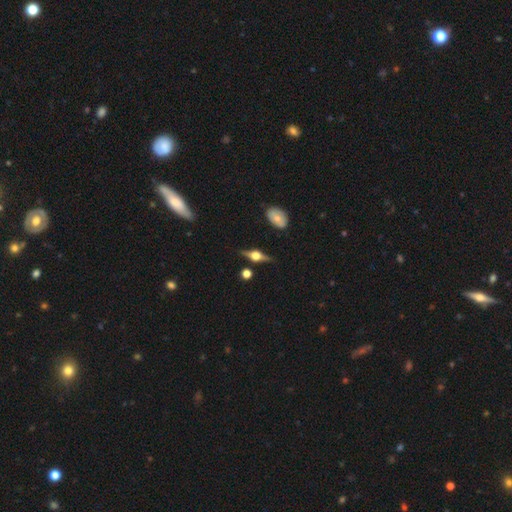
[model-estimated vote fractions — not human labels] This appears to be a featured or disk galaxy (82%) viewed edge-on (96%) with a rounded central bulge (96%). Merging: none (86%).